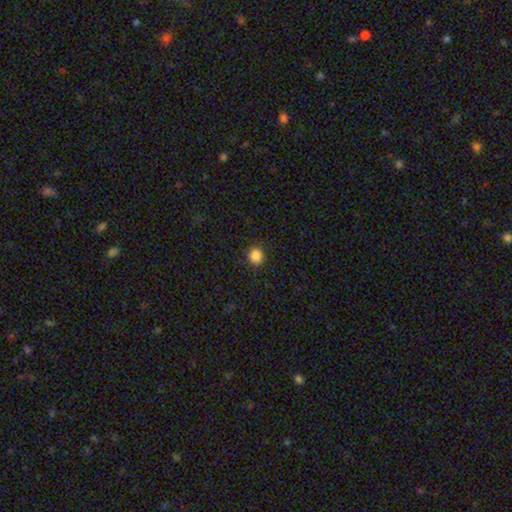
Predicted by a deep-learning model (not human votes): Morphology: type=smooth (87%); roundness=round (88%); merging=none (90%).